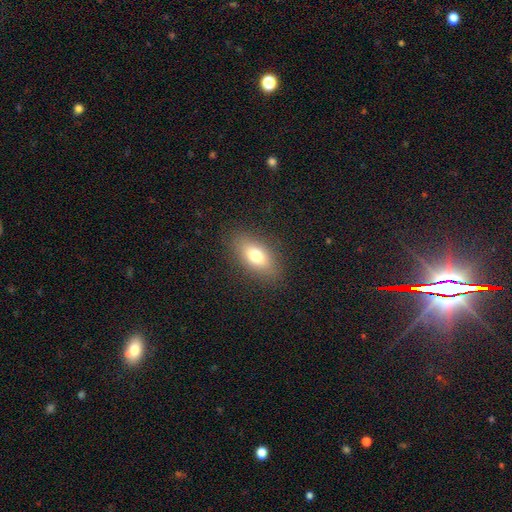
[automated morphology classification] smooth 73%, featured or disk 17%, star or artifact 10%. Down the decision tree: how rounded — in between (85%); merging — none (85%).